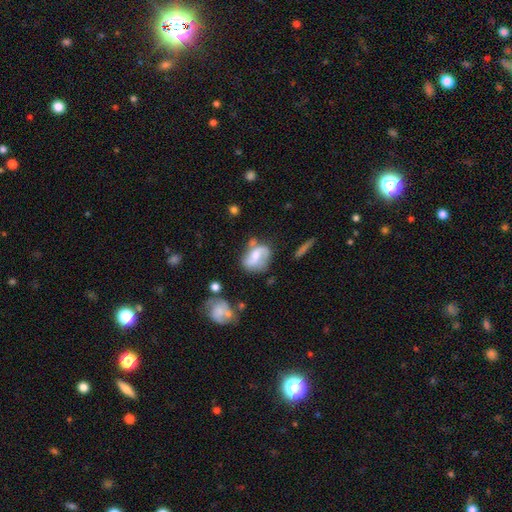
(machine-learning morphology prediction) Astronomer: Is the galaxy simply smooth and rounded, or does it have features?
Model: featured or disk — 65%.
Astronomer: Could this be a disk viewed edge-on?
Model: no — 96%.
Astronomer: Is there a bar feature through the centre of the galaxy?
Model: weak — 42% (runner-up: no, 40%).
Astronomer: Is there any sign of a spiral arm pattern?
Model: yes — 87%.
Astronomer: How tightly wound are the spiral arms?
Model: loose — 51% (runner-up: medium, 36%).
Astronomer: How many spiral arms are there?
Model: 2 — 83%.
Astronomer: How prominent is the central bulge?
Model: moderate — 51% (runner-up: small, 32%).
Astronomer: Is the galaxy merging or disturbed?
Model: none — 53%.